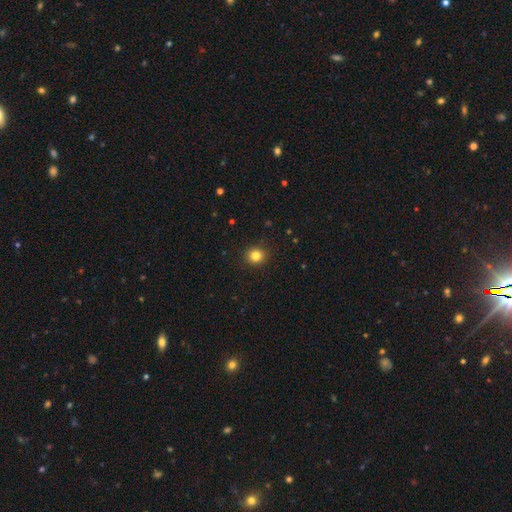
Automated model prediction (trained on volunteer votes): Overall: smooth (82%). How rounded: round (87%). Merging: none (91%).